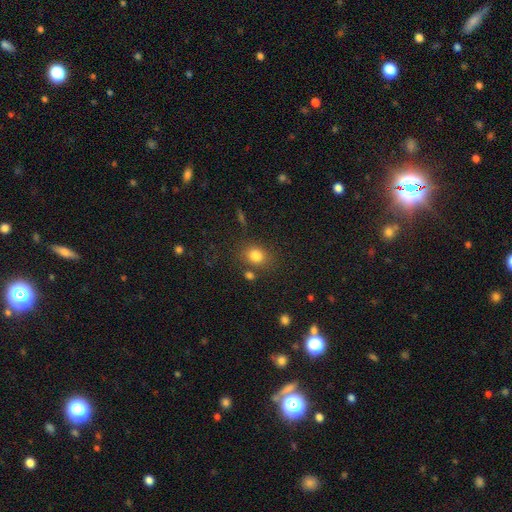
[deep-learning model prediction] Smooth or featured?
  - smooth: 82% *
  - star or artifact: 12%
  - featured or disk: 7%
How rounded?
  - round: 56% *
  - in between: 43%
  - cigar-shaped: 1%
Merging?
  - none: 73% *
  - minor disturbance: 13%
  - merger: 9%
  - major disturbance: 5%